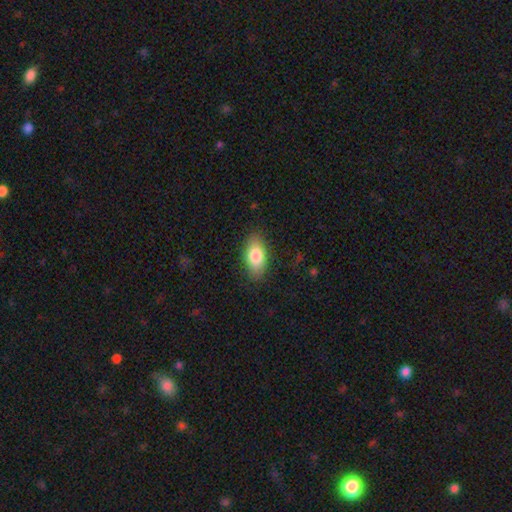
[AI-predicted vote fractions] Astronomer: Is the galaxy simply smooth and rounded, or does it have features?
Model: smooth — 82%.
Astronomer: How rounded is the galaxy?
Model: in between — 91%.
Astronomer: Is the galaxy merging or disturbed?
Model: none — 84%.